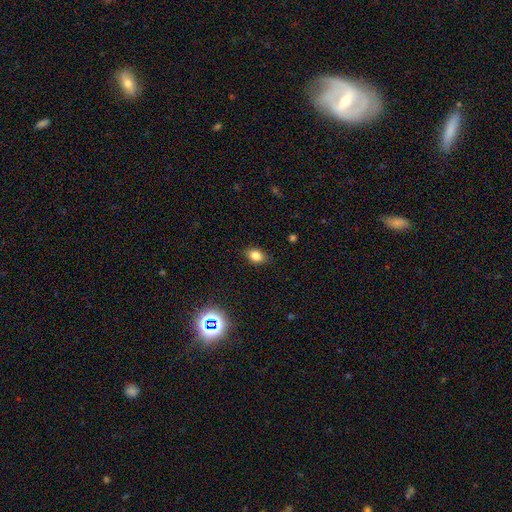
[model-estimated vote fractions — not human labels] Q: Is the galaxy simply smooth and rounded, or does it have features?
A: smooth — 81%.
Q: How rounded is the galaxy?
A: in between — 71%.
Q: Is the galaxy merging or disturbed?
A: none — 83%.